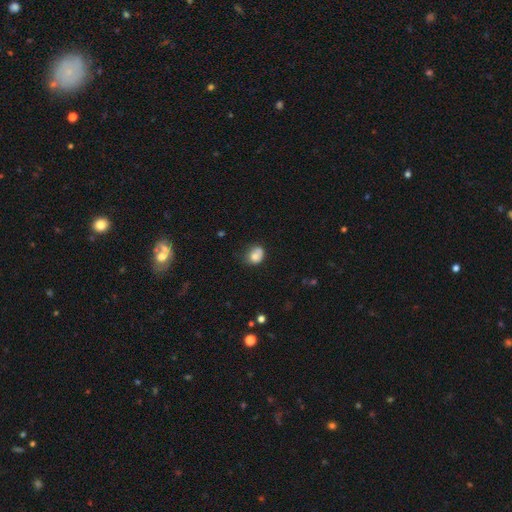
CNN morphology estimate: Smooth or featured? Predicted: smooth (p=0.76). How rounded? Predicted: round (p=0.50). Merging? Predicted: none (p=0.44).